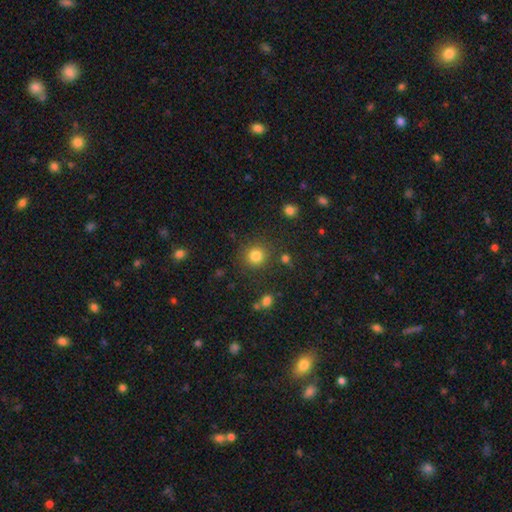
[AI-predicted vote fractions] smooth 81%, star or artifact 13%, featured or disk 6%. Down the decision tree: how rounded — round (90%); merging — none (84%).